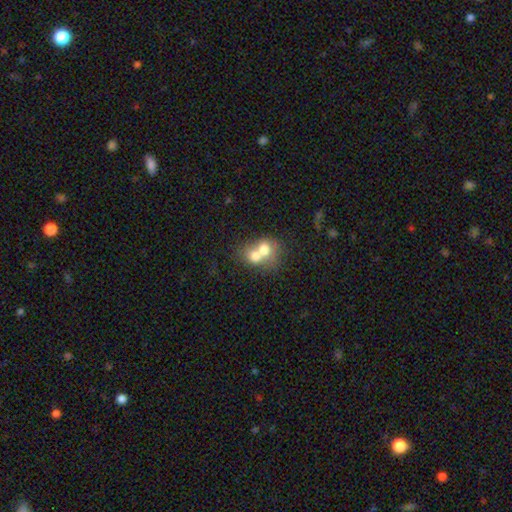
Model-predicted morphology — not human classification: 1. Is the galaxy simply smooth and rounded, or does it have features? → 68% smooth, 23% featured or disk, 9% star or artifact.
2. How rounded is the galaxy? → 62% round, 37% in between, 1% cigar-shaped.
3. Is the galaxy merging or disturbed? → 74% merger, 17% none, 5% minor disturbance, 3% major disturbance.